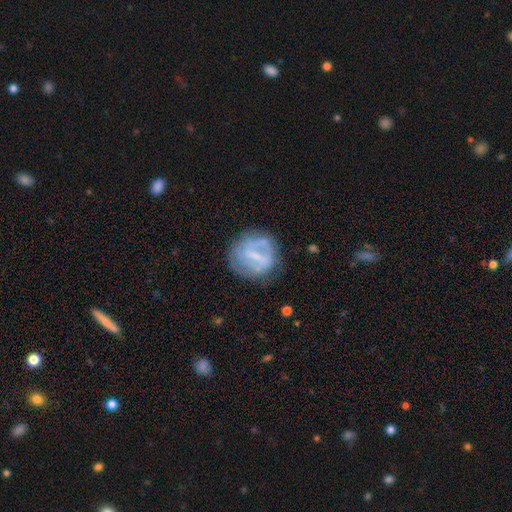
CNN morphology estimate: smooth_or_featured: featured or disk (p=0.61) [alt: smooth p=0.31]
disk_edge_on: no (p=0.96) [alt: yes p=0.04]
bar: strong (p=0.48) [alt: weak p=0.36]
has_spiral_arms: no (p=0.58) [alt: yes p=0.42]
bulge_size: small (p=0.43) [alt: none p=0.32]
merging: none (p=0.68) [alt: minor disturbance p=0.19]